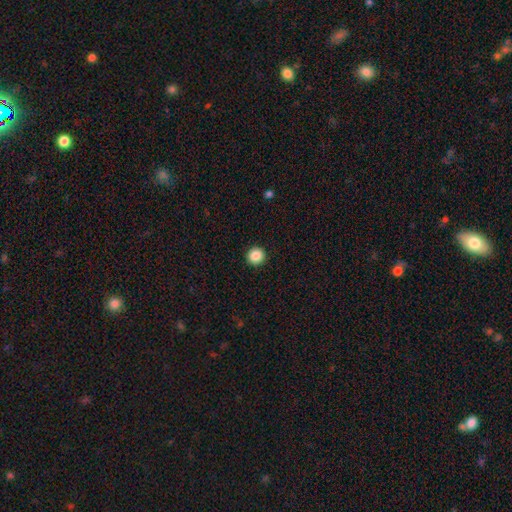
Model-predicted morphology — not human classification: A smooth galaxy with no disk features (87%) that is round (95%).

Vote fractions:
- Smooth or featured? smooth: 87% / star or artifact: 9% / featured or disk: 3%
- How rounded? round: 95% / in between: 4% / cigar-shaped: 1%
- Merging? none: 93% / minor disturbance: 4% / major disturbance: 2% / merger: 1%